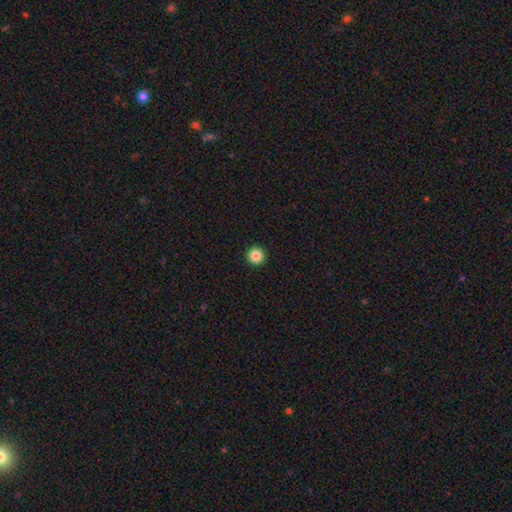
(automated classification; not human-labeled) Smooth or featured? Predicted: smooth (p=0.85). How rounded? Predicted: round (p=0.96). Merging? Predicted: none (p=0.94).